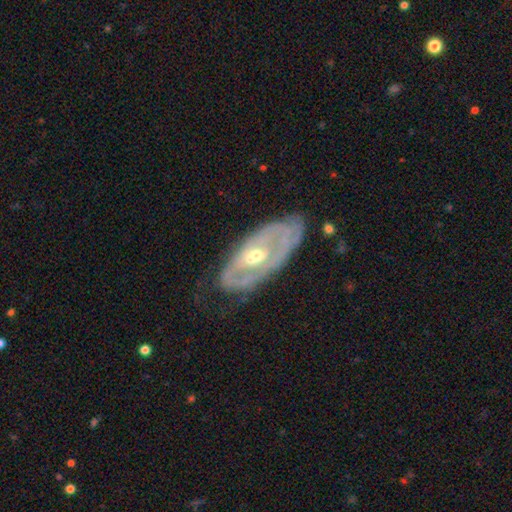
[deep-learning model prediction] Smooth or featured? Predicted: featured or disk (p=0.77). Edge-on disk? Predicted: no (p=0.86). Bar? Predicted: no (p=0.55). Spiral arms? Predicted: yes (p=0.59). Bulge size? Predicted: moderate (p=0.64). Merging? Predicted: none (p=0.66).